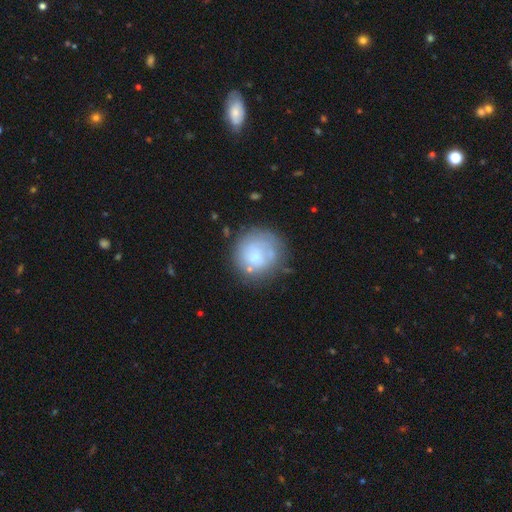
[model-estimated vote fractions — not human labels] This appears to be a smooth galaxy with no disk features (58%) that is round (91%). Merging: none (63%).